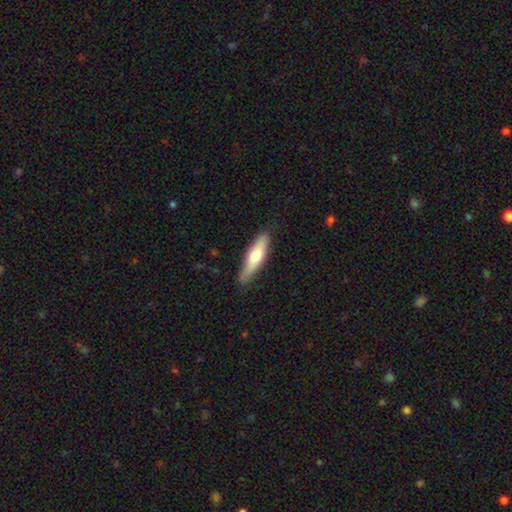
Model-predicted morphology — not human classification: Smooth or featured? Predicted: smooth (p=0.61). How rounded? Predicted: cigar-shaped (p=0.69). Merging? Predicted: none (p=0.78).